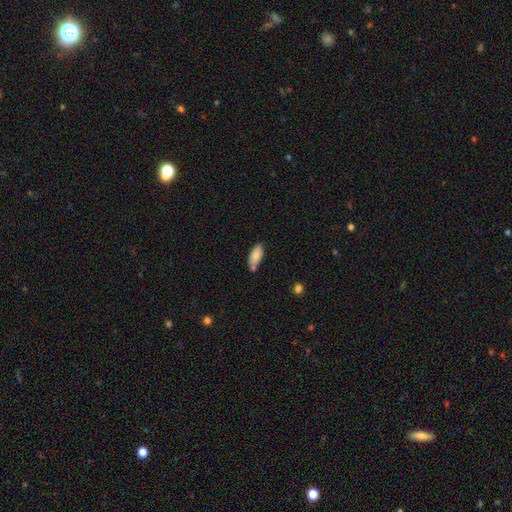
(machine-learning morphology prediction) A smooth galaxy with no disk features (85%) that is in between round and cigar-shaped (86%).

Vote fractions:
- Smooth or featured? smooth: 85% / featured or disk: 8% / star or artifact: 7%
- How rounded? in between: 86% / cigar-shaped: 12% / round: 2%
- Merging? none: 63% / minor disturbance: 19% / merger: 14% / major disturbance: 4%